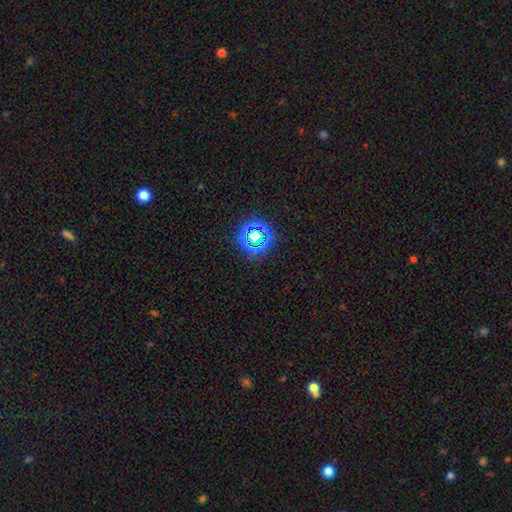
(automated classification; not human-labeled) star or artifact 53%, smooth 41%, featured or disk 6%.